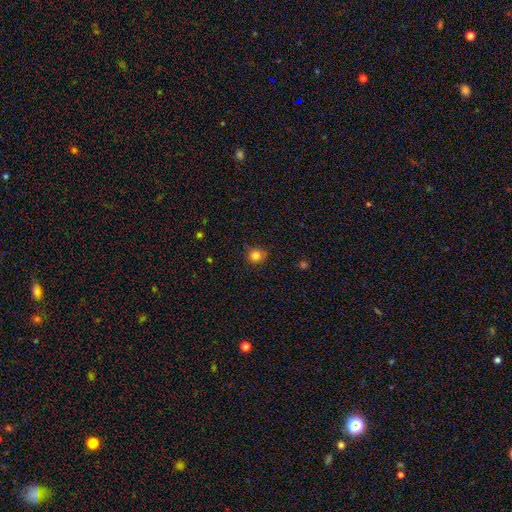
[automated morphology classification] Overall: smooth (82%). How rounded: round (91%). Merging: none (85%).